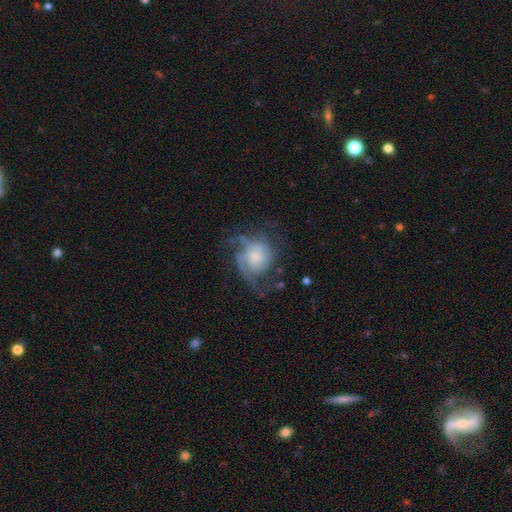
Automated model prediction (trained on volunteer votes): A featured or disk galaxy (67%) with no bar (74%), medium (42%) spiral arms (84%) and a moderate central bulge (38%).

Vote fractions:
- Smooth or featured? featured or disk: 67% / smooth: 25% / star or artifact: 8%
- Edge-on disk? no: 97% / yes: 3%
- Bar? no: 74% / weak: 22% / strong: 3%
- Spiral arms? yes: 84% / no: 16%
- Spiral winding? medium: 42% / loose: 30% / tight: 28%
- Spiral arm count? can't tell: 29% / 2: 27% / 3: 22% / 1: 10% / 4: 6% / more than 4: 5%
- Bulge size? moderate: 38% / small: 33% / large: 15% / none: 11% / dominant: 3%
- Merging? none: 43% / major disturbance: 31% / minor disturbance: 23% / merger: 3%